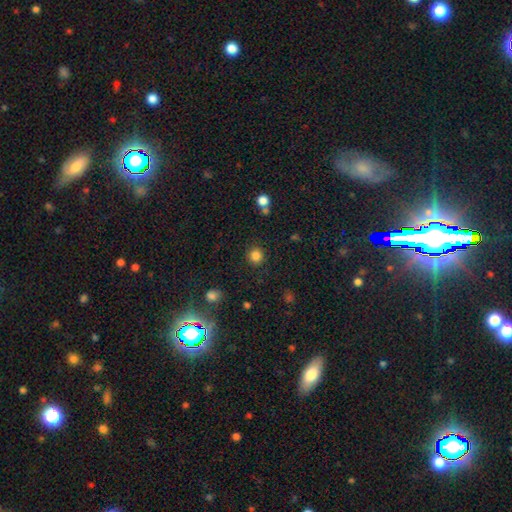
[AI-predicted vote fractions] Smooth or featured? Predicted: smooth (p=0.83). How rounded? Predicted: round (p=0.92). Merging? Predicted: none (p=0.89).